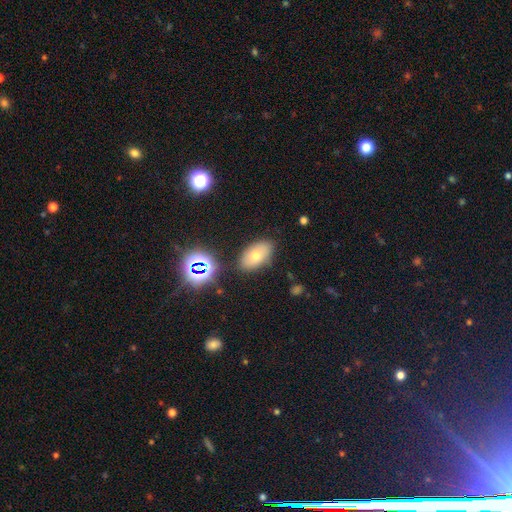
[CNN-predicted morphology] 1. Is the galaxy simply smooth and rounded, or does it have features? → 64% smooth, 19% featured or disk, 17% star or artifact.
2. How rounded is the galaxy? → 90% in between, 8% round, 2% cigar-shaped.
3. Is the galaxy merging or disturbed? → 84% none, 11% minor disturbance, 3% major disturbance, 3% merger.